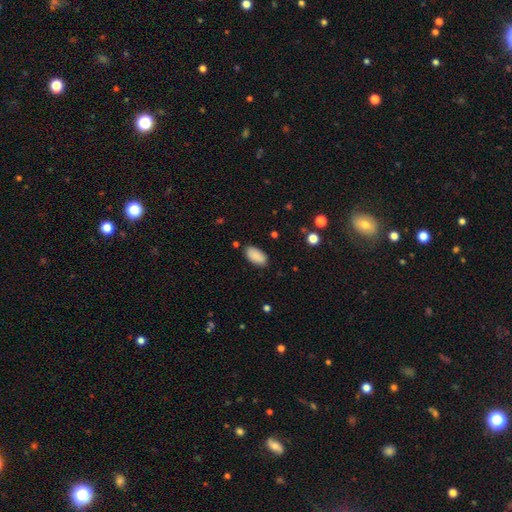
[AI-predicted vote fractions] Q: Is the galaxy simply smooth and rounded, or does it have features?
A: smooth — 90%.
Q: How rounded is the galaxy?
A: in between — 95%.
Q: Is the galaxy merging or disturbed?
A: none — 85%.